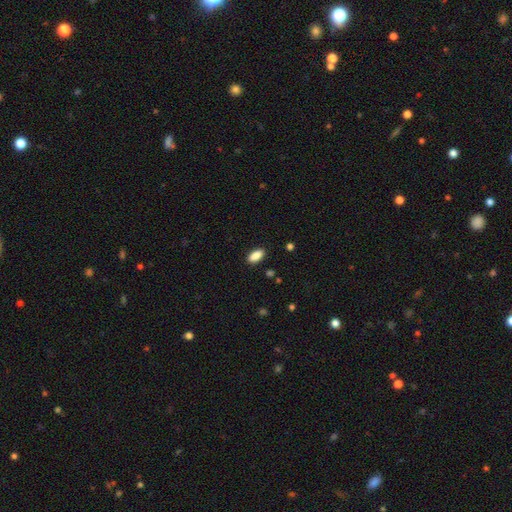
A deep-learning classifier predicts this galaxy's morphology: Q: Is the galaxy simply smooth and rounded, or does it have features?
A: smooth — 89%.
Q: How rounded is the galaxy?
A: in between — 88%.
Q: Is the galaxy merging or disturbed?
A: none — 88%.